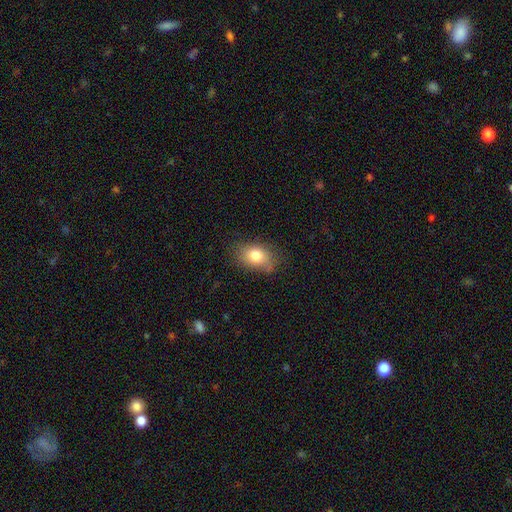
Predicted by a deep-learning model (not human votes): Smooth or featured? Predicted: smooth (p=0.78). How rounded? Predicted: in between (p=0.77). Merging? Predicted: none (p=0.67).